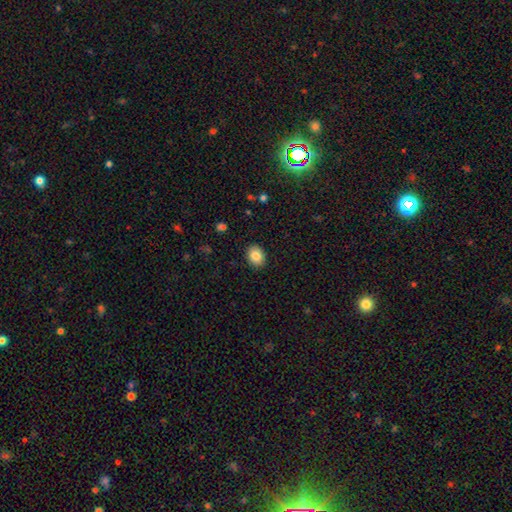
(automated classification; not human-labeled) smooth 85%, star or artifact 8%, featured or disk 6%. Down the decision tree: how rounded — in between (55%); merging — none (90%).